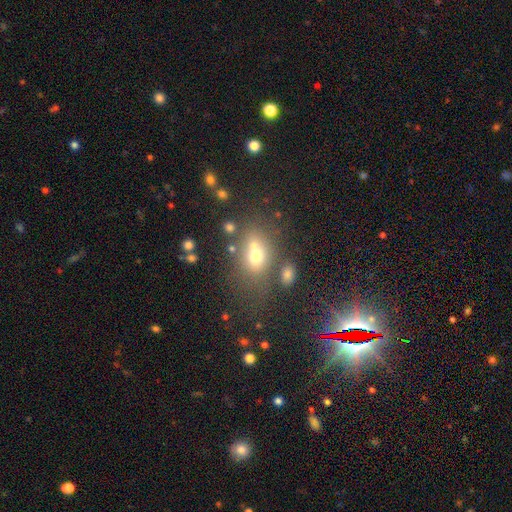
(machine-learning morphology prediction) Smooth or featured: smooth — 64% (featured or disk — 20%)
How rounded: in between — 55% (round — 43%)
Merging: none — 42% (merger — 35%)